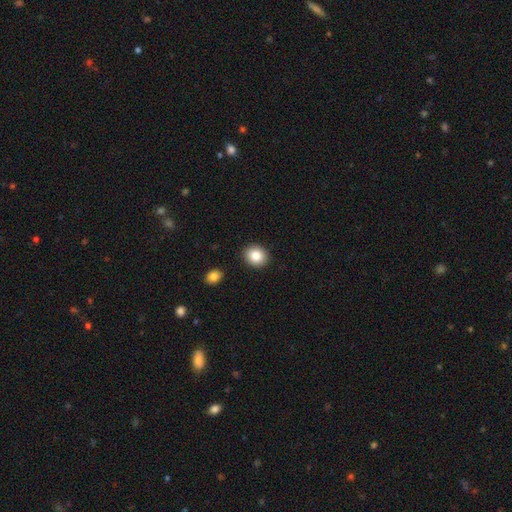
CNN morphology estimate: This is clearly a smooth galaxy (86%). How rounded: likely round (67%). Merging: clearly none (90%).